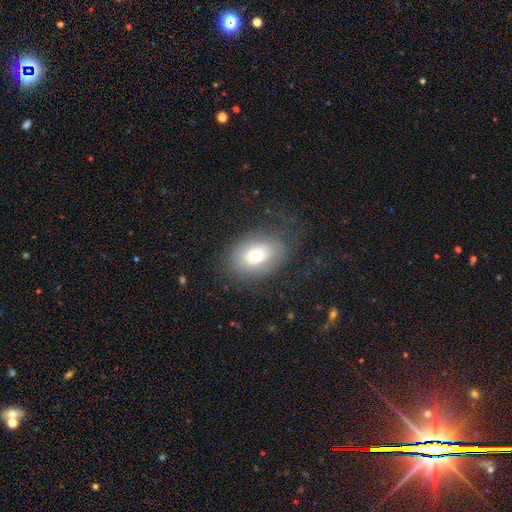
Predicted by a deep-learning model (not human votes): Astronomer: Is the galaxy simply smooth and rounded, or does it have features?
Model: smooth — 66%.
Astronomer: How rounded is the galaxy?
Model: in between — 79%.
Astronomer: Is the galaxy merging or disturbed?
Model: none — 65%.